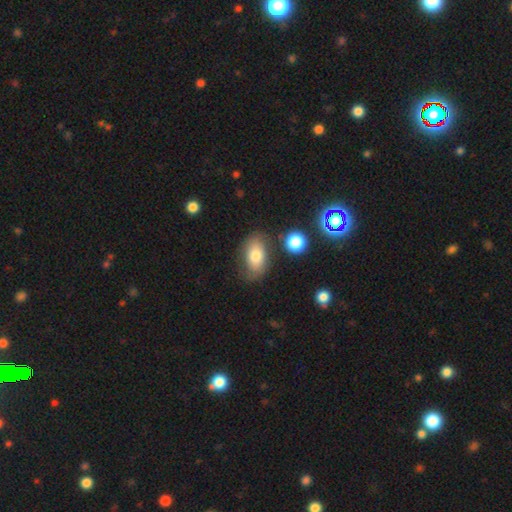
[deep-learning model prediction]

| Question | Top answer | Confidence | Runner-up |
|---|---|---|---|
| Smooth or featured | smooth | 72% | featured or disk (20%) |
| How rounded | in between | 89% | round (10%) |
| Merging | none | 68% | minor disturbance (18%) |